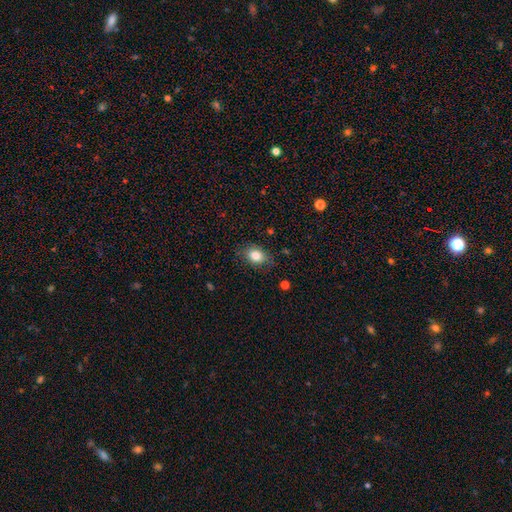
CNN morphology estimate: Overall: smooth (84%). How rounded: in between (72%). Merging: none (78%).